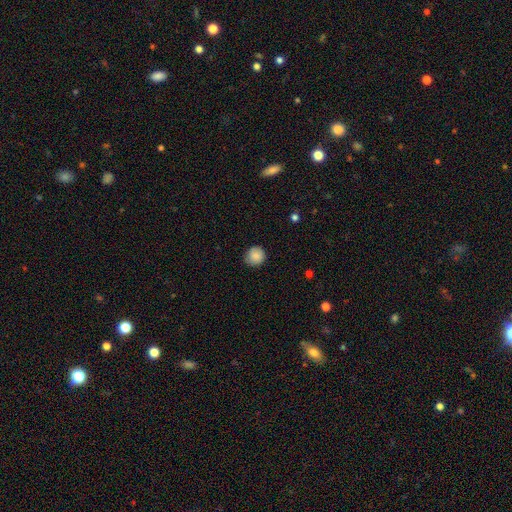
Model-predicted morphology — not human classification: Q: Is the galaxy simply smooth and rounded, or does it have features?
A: smooth — 87%.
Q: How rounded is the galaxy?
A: round — 91%.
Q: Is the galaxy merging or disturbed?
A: none — 82%.